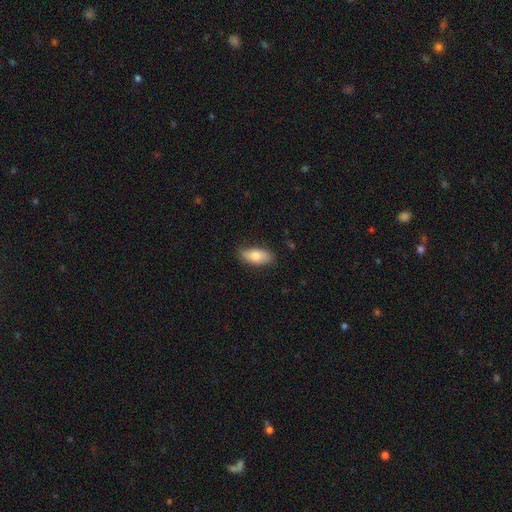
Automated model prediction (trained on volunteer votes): The model was most divided on "smooth or featured": smooth: 73%, featured or disk: 21%, star or artifact: 6%. More confident: how rounded — in between (84%); merging — none (79%).